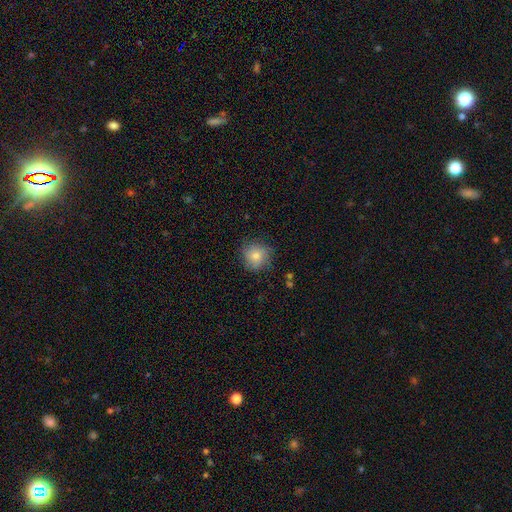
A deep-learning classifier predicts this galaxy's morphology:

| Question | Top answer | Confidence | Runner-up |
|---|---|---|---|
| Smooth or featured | smooth | 73% | featured or disk (16%) |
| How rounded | round | 90% | in between (9%) |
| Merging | none | 79% | minor disturbance (16%) |